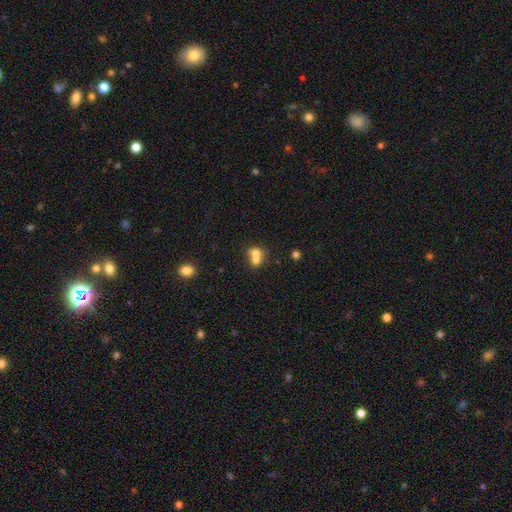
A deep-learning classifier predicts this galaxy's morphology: This appears to be a smooth galaxy with no disk features (69%) that is round (67%). Merging: merger (69%).